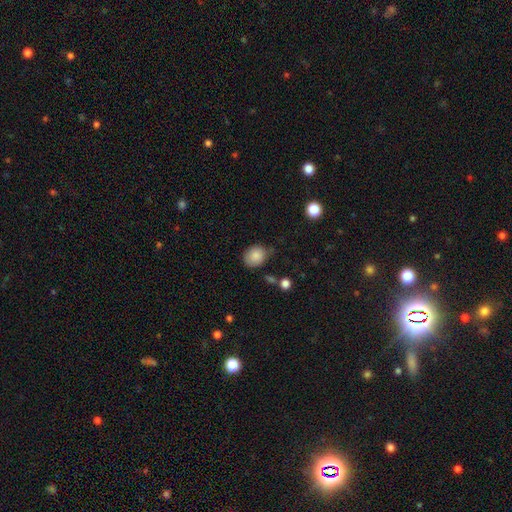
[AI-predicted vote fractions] This appears to be a smooth galaxy with no disk features (86%) that is round (55%). Merging: none (64%).